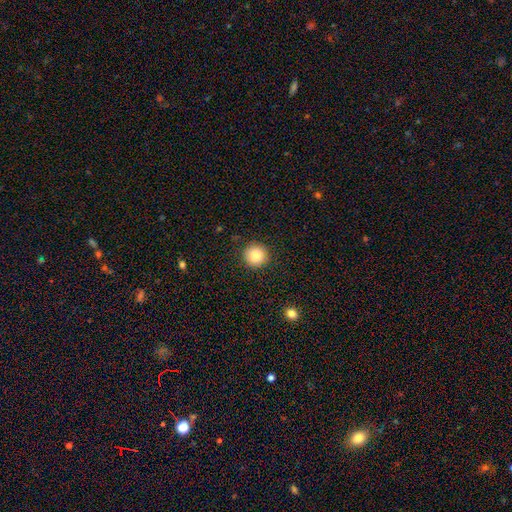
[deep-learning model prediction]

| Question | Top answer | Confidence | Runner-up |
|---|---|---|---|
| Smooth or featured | smooth | 85% | star or artifact (9%) |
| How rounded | round | 95% | in between (4%) |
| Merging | none | 91% | minor disturbance (6%) |